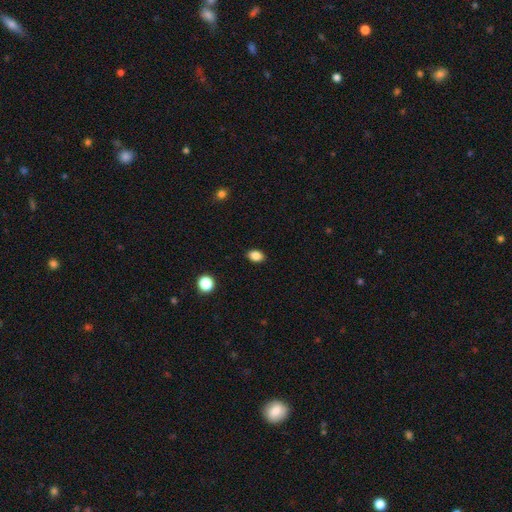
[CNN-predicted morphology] Q: Smooth or featured?
A: smooth (86%); runner-up: star or artifact (10%)
Q: How rounded?
A: in between (79%); runner-up: round (20%)
Q: Merging?
A: none (89%); runner-up: minor disturbance (8%)